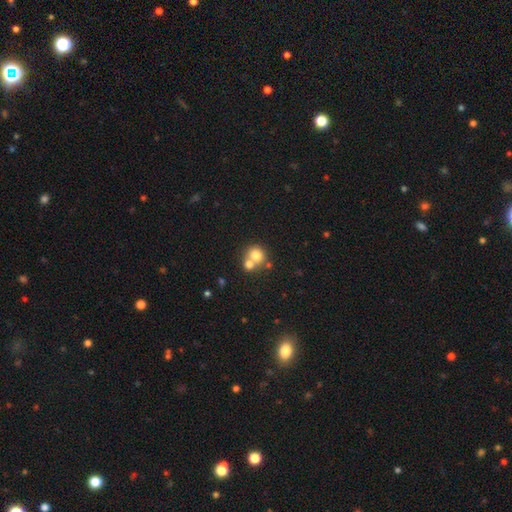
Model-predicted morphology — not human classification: Smooth or featured?
  - smooth: 74% *
  - featured or disk: 14%
  - star or artifact: 11%
How rounded?
  - round: 82% *
  - in between: 17%
  - cigar-shaped: 1%
Merging?
  - merger: 51% *
  - none: 40%
  - minor disturbance: 6%
  - major disturbance: 3%